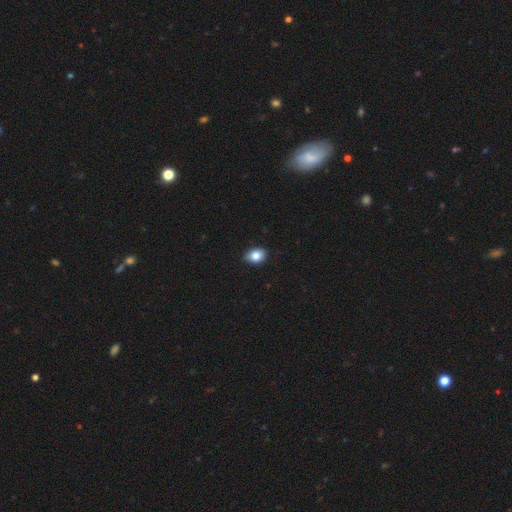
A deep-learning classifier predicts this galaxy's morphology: Smooth or featured: smooth — 83% (star or artifact — 9%)
How rounded: in between — 68% (round — 31%)
Merging: none — 79% (minor disturbance — 18%)